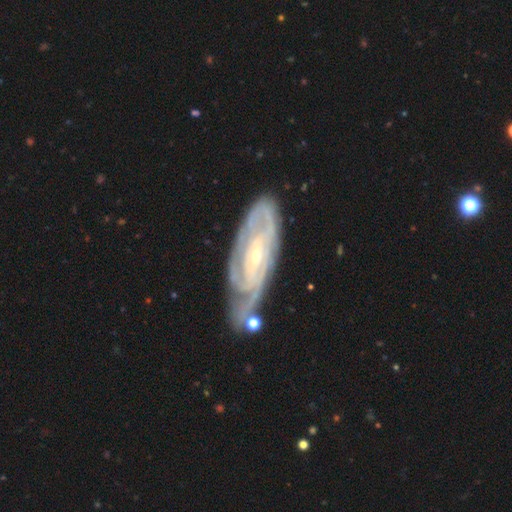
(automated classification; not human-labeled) Q: Smooth or featured?
A: featured or disk (86%); runner-up: smooth (9%)
Q: Edge-on disk?
A: no (90%); runner-up: yes (10%)
Q: Bar?
A: no (49%); runner-up: weak (35%)
Q: Spiral arms?
A: yes (94%); runner-up: no (6%)
Q: Spiral winding?
A: tight (71%); runner-up: medium (24%)
Q: Spiral arm count?
A: can't tell (37%); runner-up: 2 (26%)
Q: Bulge size?
A: small (77%); runner-up: moderate (19%)
Q: Merging?
A: none (68%); runner-up: minor disturbance (20%)